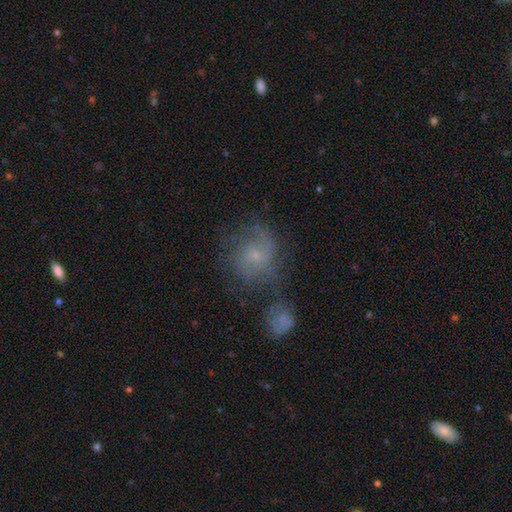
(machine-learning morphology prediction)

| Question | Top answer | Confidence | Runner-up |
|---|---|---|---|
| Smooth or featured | featured or disk | 51% | smooth (35%) |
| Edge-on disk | no | 97% | yes (3%) |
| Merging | none | 51% | minor disturbance (20%) |